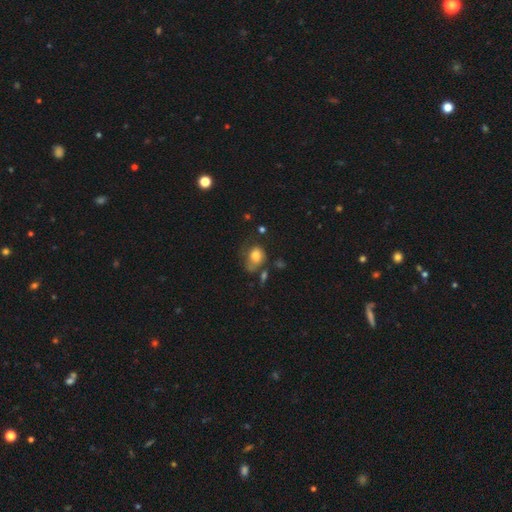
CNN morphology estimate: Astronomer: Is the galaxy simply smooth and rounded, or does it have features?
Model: smooth — 74%.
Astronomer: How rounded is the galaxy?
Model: in between — 53% (runner-up: round, 45%).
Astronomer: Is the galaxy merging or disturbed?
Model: none — 38% (runner-up: minor disturbance, 28%).